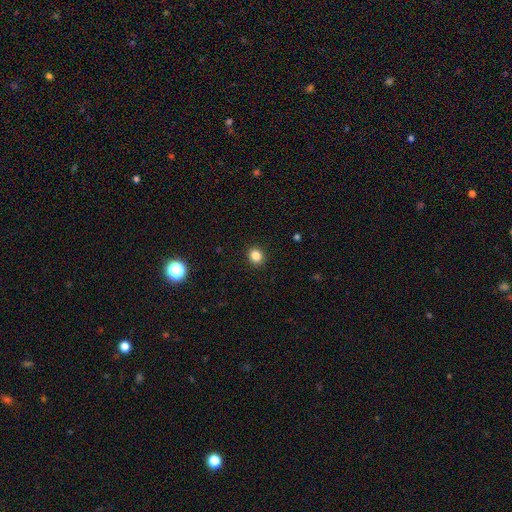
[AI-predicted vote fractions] A smooth galaxy with no disk features (85%) that is round (76%).

Vote fractions:
- Smooth or featured? smooth: 85% / star or artifact: 11% / featured or disk: 4%
- How rounded? round: 76% / in between: 23% / cigar-shaped: 1%
- Merging? none: 92% / minor disturbance: 6% / major disturbance: 2% / merger: 1%